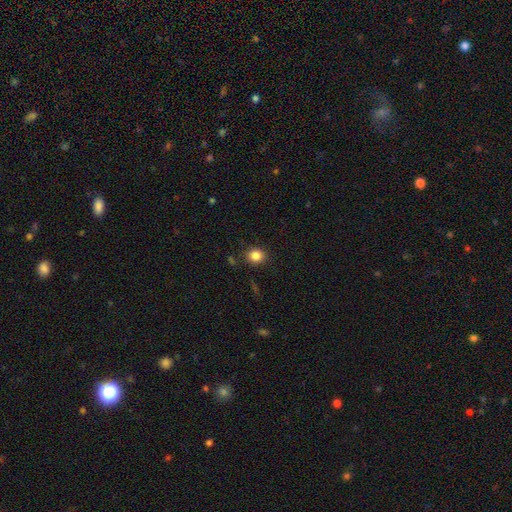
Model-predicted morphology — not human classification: Smooth or featured? Predicted: smooth (p=0.84). How rounded? Predicted: round (p=0.75). Merging? Predicted: none (p=0.88).